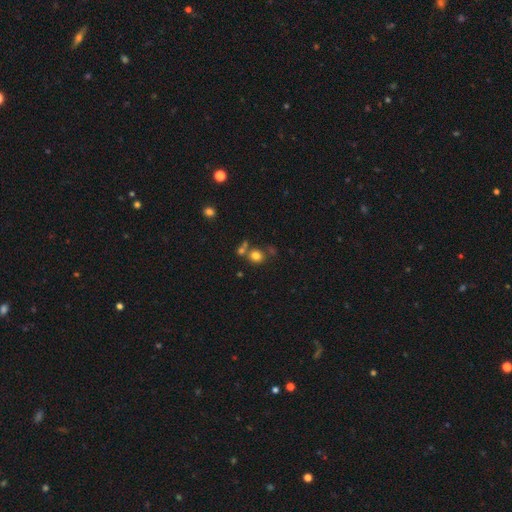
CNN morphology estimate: A smooth galaxy with no disk features (76%) that is round (82%). Merging: none (61%).